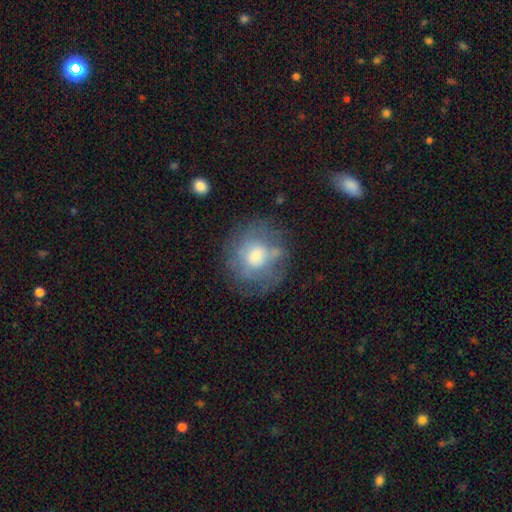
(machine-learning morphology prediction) This is possibly a smooth galaxy (49%). Merging: likely none (64%).